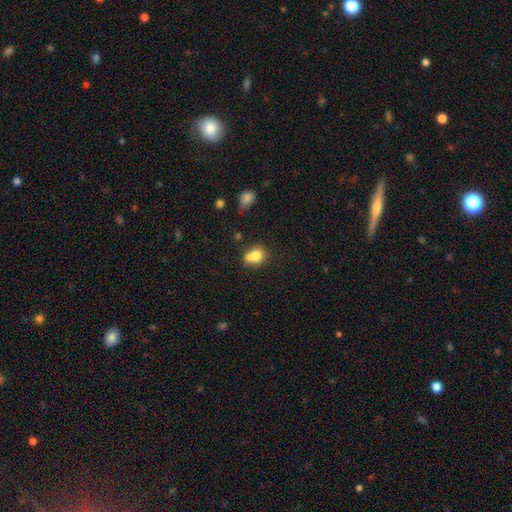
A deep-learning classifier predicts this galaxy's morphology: Smooth or featured? Predicted: smooth (p=0.73). How rounded? Predicted: round (p=0.62). Merging? Predicted: merger (p=0.47).